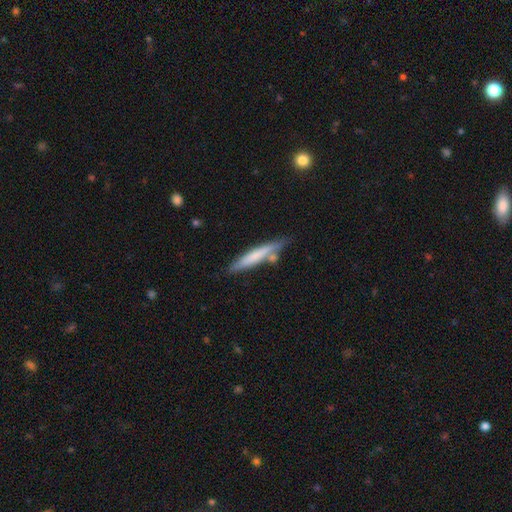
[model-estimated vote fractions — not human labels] A smooth galaxy with no disk features (62%) that is cigar-shaped (92%). Merging: none (69%).